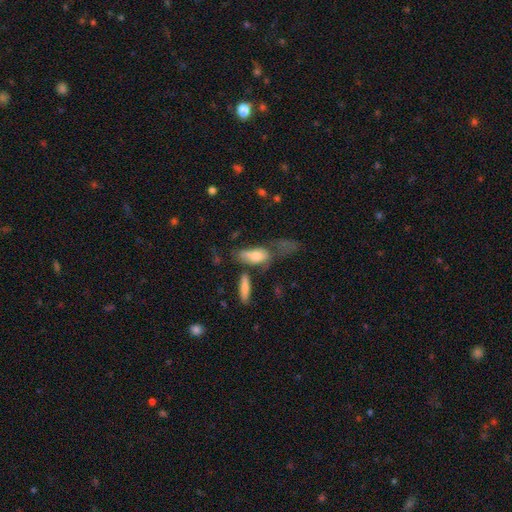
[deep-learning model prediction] Smooth or featured: smooth — 62% (featured or disk — 29%)
How rounded: in between — 74% (cigar-shaped — 22%)
Merging: major disturbance — 32% (none — 29%)